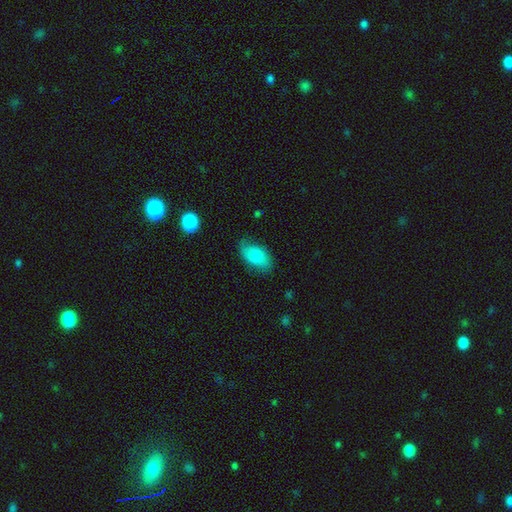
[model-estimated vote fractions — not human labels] Q: Smooth or featured?
A: smooth (71%); runner-up: featured or disk (22%)
Q: How rounded?
A: in between (93%); runner-up: round (4%)
Q: Merging?
A: none (70%); runner-up: minor disturbance (22%)